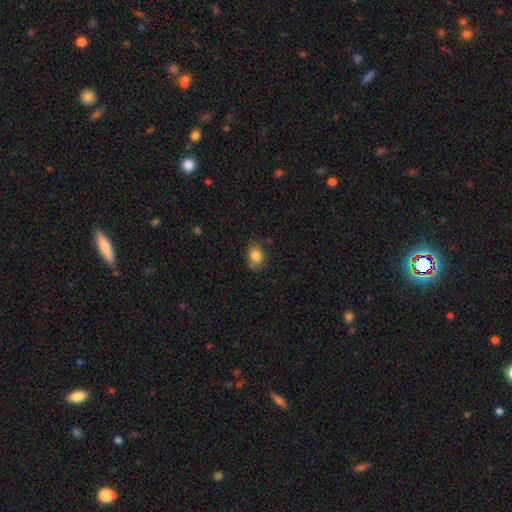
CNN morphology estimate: smooth_or_featured: smooth (p=0.83) [alt: star or artifact p=0.10]
how_rounded: in between (p=0.57) [alt: round p=0.41]
merging: none (p=0.68) [alt: minor disturbance p=0.22]